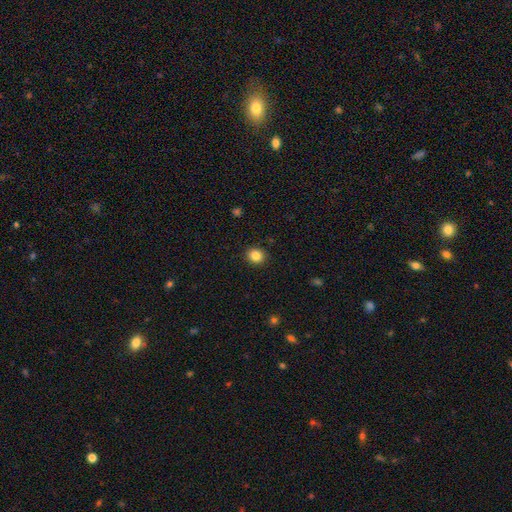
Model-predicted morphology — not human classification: smooth-or-featured: smooth: 85% | star or artifact: 10% | featured or disk: 5%
  how-rounded: round: 76% | in between: 23% | cigar-shaped: 1%
  merging: none: 90% | minor disturbance: 6% | major disturbance: 2% | merger: 1%